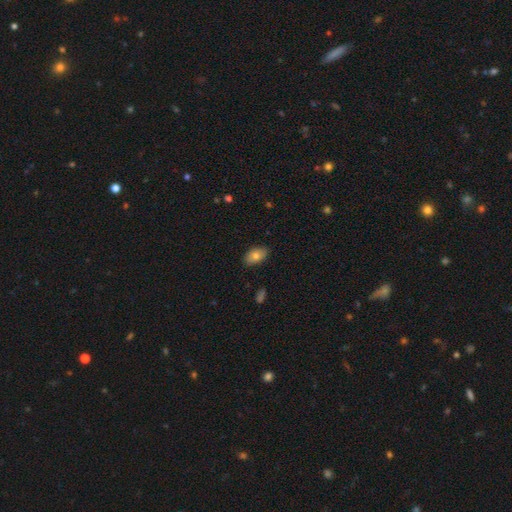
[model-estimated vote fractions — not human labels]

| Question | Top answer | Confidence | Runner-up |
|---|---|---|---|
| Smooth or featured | smooth | 79% | featured or disk (14%) |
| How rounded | in between | 92% | round (7%) |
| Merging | none | 86% | minor disturbance (11%) |